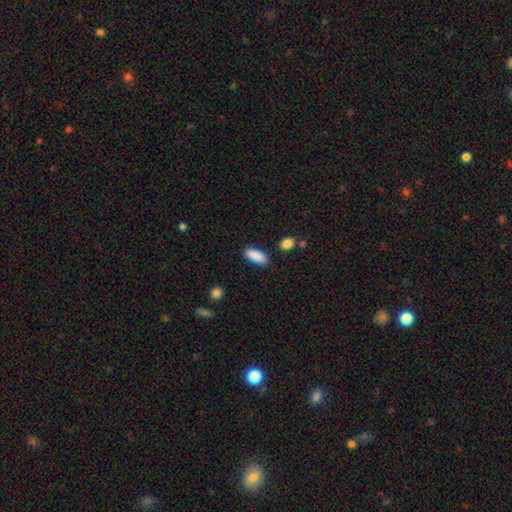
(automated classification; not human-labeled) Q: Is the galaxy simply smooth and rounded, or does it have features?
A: smooth — 90%.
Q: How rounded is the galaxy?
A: in between — 83%.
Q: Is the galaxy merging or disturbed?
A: none — 86%.